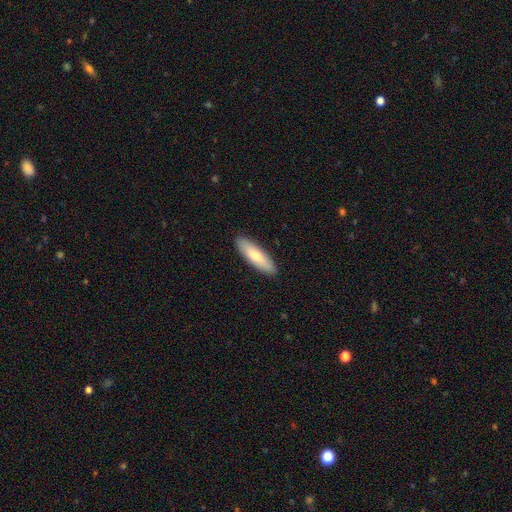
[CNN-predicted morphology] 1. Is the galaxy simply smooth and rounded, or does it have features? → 75% smooth, 20% featured or disk, 5% star or artifact.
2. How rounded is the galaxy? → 55% cigar-shaped, 43% in between, 2% round.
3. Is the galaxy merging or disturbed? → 90% none, 7% minor disturbance, 2% major disturbance, 1% merger.